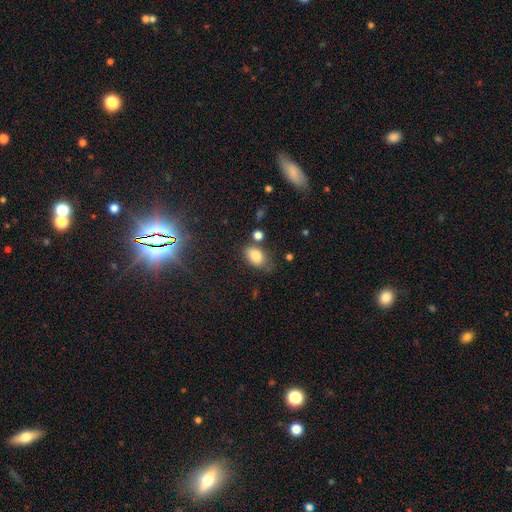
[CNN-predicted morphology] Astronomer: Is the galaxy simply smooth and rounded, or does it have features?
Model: smooth — 83%.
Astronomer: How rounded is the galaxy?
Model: in between — 86%.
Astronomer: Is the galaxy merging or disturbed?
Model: none — 60%.